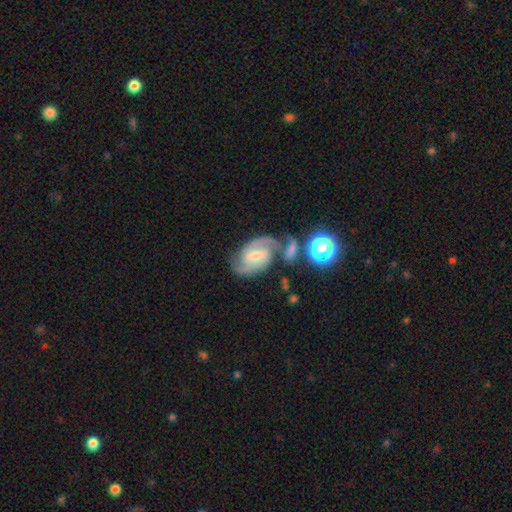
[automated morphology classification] featured or disk 87%, smooth 7%, star or artifact 6%. Down the decision tree: edge-on disk — no (97%); bar — weak (52%); spiral arms — yes (98%); spiral arm count — 2 (86%); spiral winding — medium (54%); bulge size — small (51%); merging — none (63%).